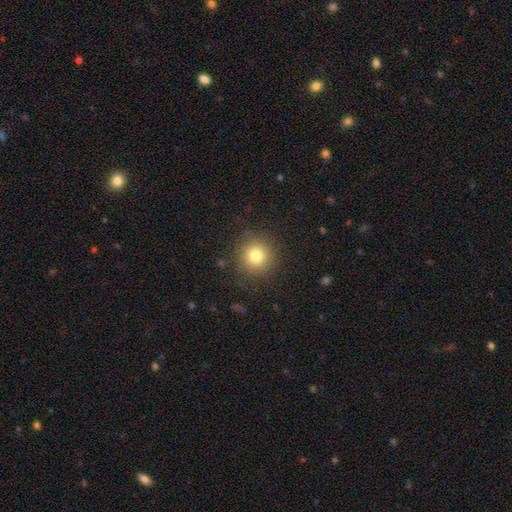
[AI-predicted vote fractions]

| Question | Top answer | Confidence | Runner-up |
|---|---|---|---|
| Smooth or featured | smooth | 79% | star or artifact (12%) |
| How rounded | round | 93% | in between (6%) |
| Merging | none | 88% | minor disturbance (8%) |